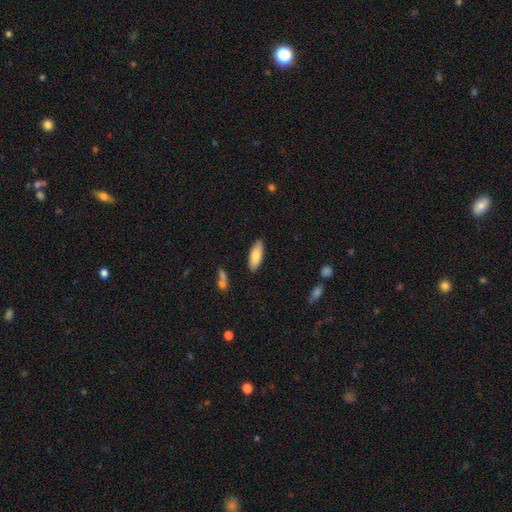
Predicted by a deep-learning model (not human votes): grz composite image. It shows a smooth galaxy with no disk features (81%) that is in between round and cigar-shaped (73%). Merging: none (86%).